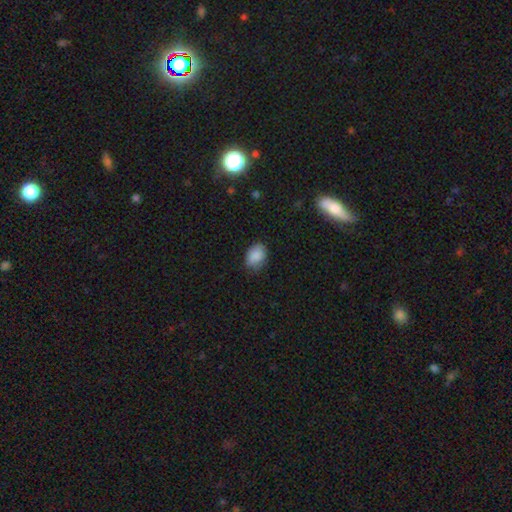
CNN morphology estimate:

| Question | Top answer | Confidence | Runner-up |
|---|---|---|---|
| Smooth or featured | smooth | 88% | star or artifact (8%) |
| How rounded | in between | 79% | round (20%) |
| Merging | none | 76% | minor disturbance (20%) |